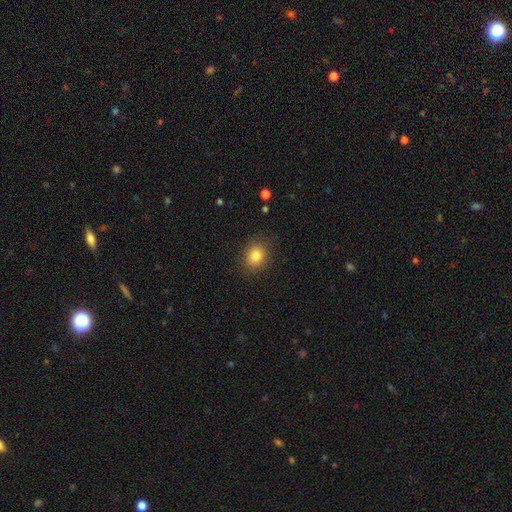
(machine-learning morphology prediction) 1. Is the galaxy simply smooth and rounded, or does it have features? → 82% smooth, 11% star or artifact, 7% featured or disk.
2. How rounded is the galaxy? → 65% round, 34% in between, 1% cigar-shaped.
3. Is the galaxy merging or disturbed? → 87% none, 9% minor disturbance, 3% major disturbance, 1% merger.